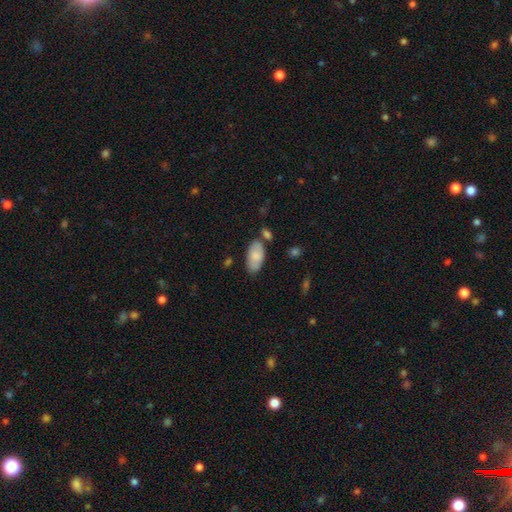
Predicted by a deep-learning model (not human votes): Smooth or featured: smooth — 79% (featured or disk — 15%)
How rounded: in between — 94% (cigar-shaped — 3%)
Merging: none — 70% (minor disturbance — 18%)